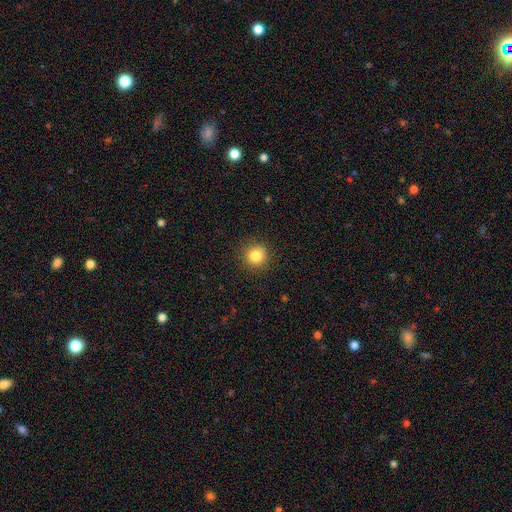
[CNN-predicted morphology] Smooth or featured?
  - smooth: 82% *
  - star or artifact: 12%
  - featured or disk: 6%
How rounded?
  - round: 92% *
  - in between: 7%
  - cigar-shaped: 1%
Merging?
  - none: 89% *
  - minor disturbance: 8%
  - major disturbance: 2%
  - merger: 1%